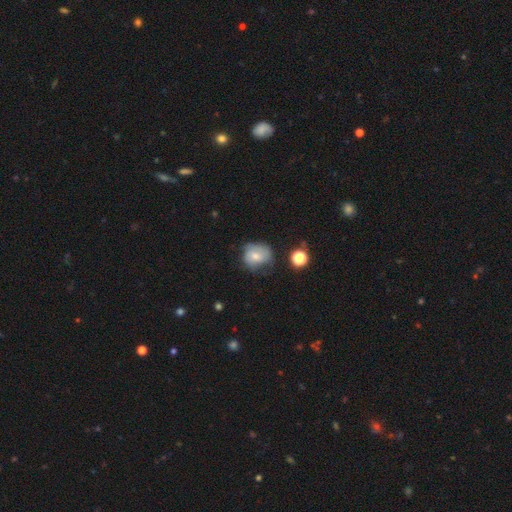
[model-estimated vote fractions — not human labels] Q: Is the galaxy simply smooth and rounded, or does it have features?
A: smooth — 63%.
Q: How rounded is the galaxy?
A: round — 63%.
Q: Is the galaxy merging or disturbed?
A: none — 46%.